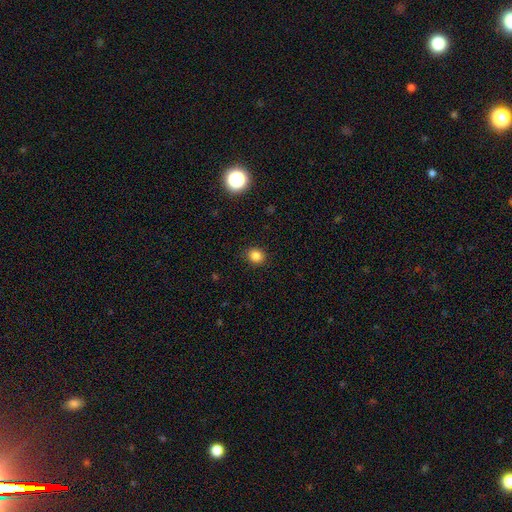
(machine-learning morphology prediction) Overall: smooth (84%). How rounded: round (77%). Merging: none (89%).